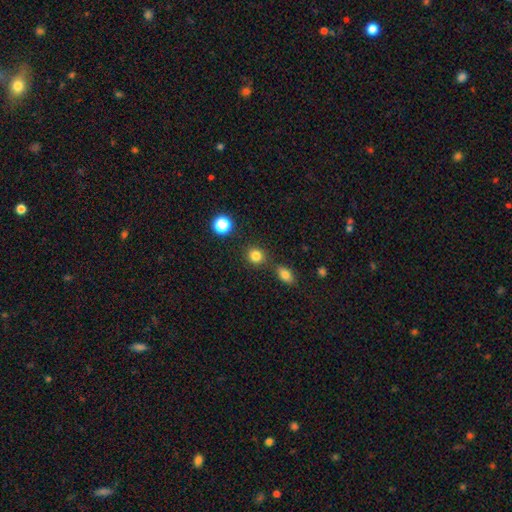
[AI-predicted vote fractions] Smooth or featured?
  - smooth: 82% *
  - star or artifact: 13%
  - featured or disk: 5%
How rounded?
  - round: 85% *
  - in between: 14%
  - cigar-shaped: 1%
Merging?
  - none: 79% *
  - minor disturbance: 9%
  - merger: 9%
  - major disturbance: 3%